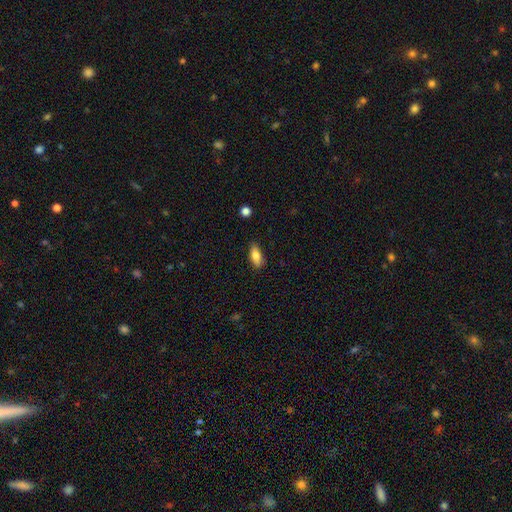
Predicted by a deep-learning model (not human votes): A smooth galaxy with no disk features (77%) that is in between round and cigar-shaped (78%). Merging: none (83%).